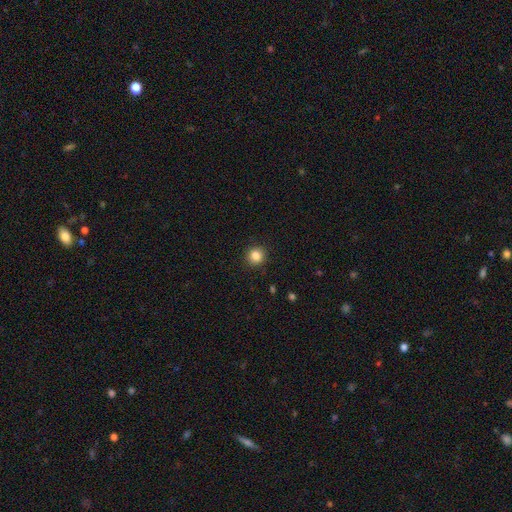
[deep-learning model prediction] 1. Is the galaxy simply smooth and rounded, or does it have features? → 85% smooth, 11% star or artifact, 4% featured or disk.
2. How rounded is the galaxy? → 93% round, 6% in between, 1% cigar-shaped.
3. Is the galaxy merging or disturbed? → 92% none, 5% minor disturbance, 2% major disturbance, 1% merger.